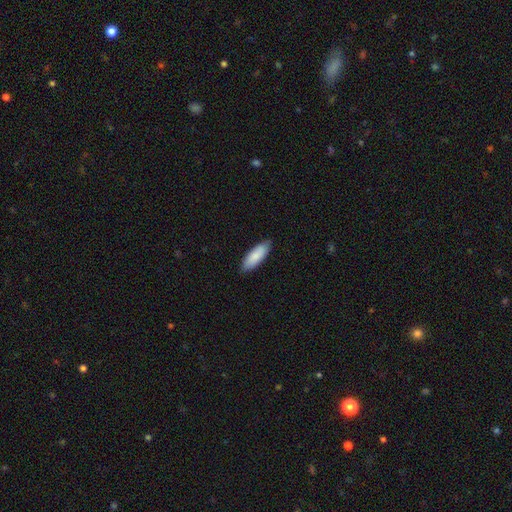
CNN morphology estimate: Smooth or featured?
  - smooth: 85% *
  - featured or disk: 10%
  - star or artifact: 5%
How rounded?
  - in between: 65% *
  - cigar-shaped: 33%
  - round: 1%
Merging?
  - none: 86% *
  - minor disturbance: 11%
  - major disturbance: 2%
  - merger: 1%